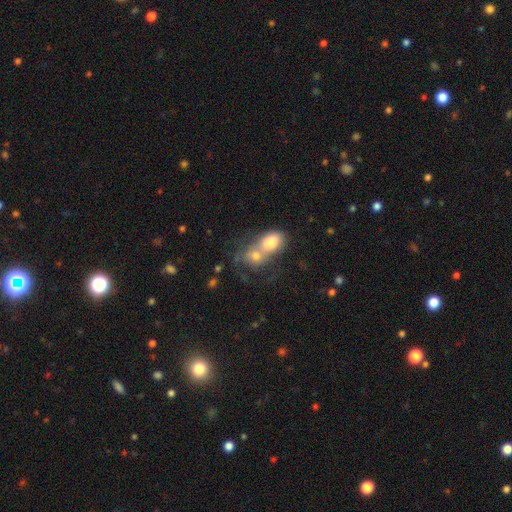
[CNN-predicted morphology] A smooth galaxy with no disk features (72%) that is in between round and cigar-shaped (60%).

Vote fractions:
- Smooth or featured? smooth: 72% / featured or disk: 19% / star or artifact: 9%
- How rounded? in between: 60% / round: 38% / cigar-shaped: 2%
- Merging? merger: 76% / none: 14% / minor disturbance: 6% / major disturbance: 5%